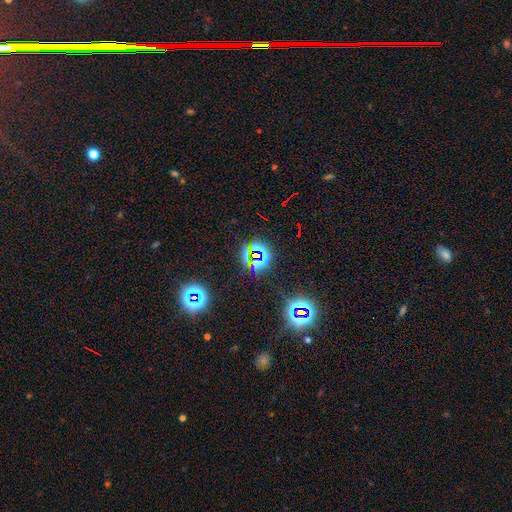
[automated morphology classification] smooth-or-featured: star or artifact: 79% | smooth: 13% | featured or disk: 8%